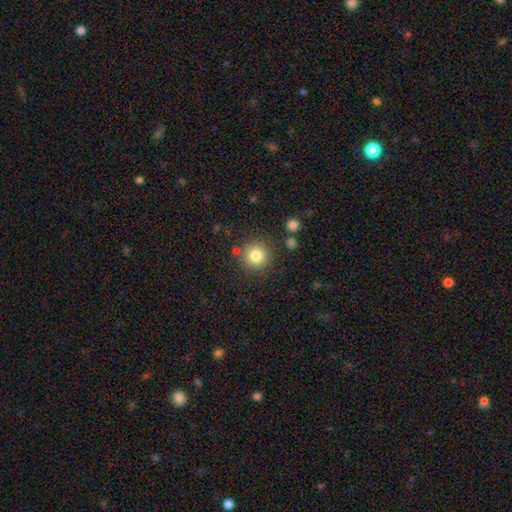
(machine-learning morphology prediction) Overall: smooth (81%). How rounded: round (94%). Merging: none (85%).